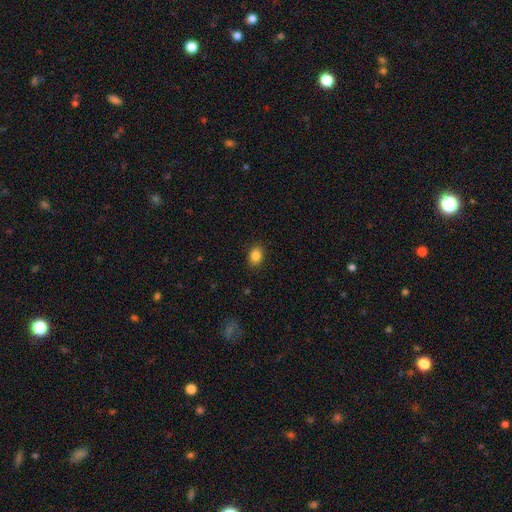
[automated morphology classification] This is clearly a smooth galaxy (85%). How rounded: likely in between (63%). Merging: clearly none (89%).